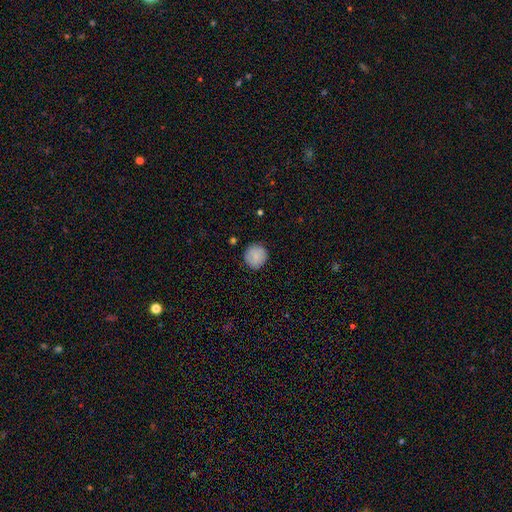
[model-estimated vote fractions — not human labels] A smooth galaxy with no disk features (85%) that is round (93%). Merging: none (88%).